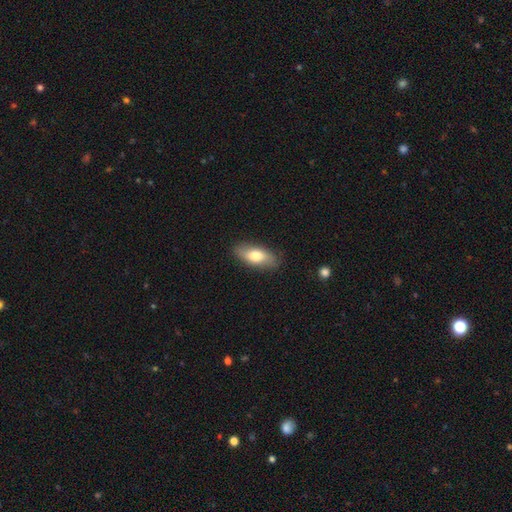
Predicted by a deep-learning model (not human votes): Smooth or featured? smooth (71%)
How rounded? in between (82%)
Merging? none (85%)